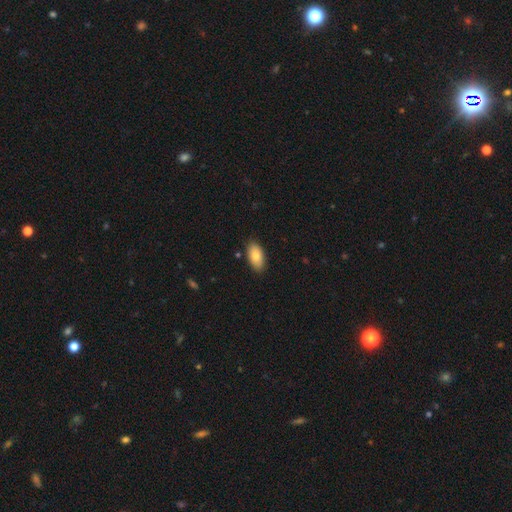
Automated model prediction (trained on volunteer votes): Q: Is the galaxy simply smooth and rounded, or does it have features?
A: smooth — 83%.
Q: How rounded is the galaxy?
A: in between — 94%.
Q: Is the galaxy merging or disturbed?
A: none — 86%.